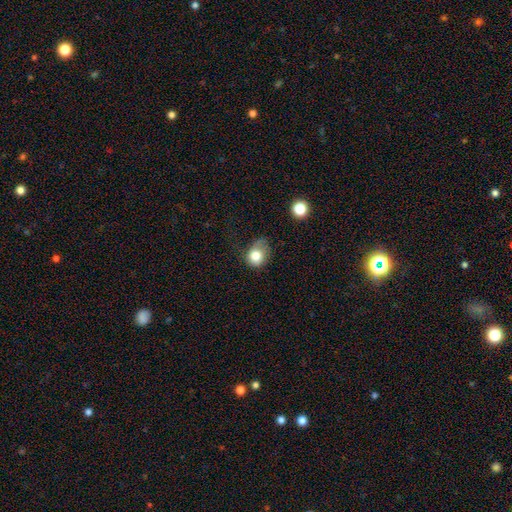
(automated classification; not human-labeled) Smooth or featured: smooth — 79% (featured or disk — 11%)
How rounded: round — 60% (in between — 39%)
Merging: minor disturbance — 39% (none — 36%)